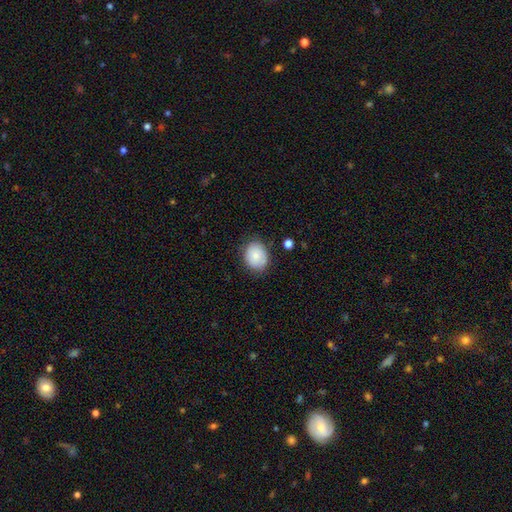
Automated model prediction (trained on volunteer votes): Overall: smooth (82%). How rounded: round (56%; in between 43%). Merging: none (77%).